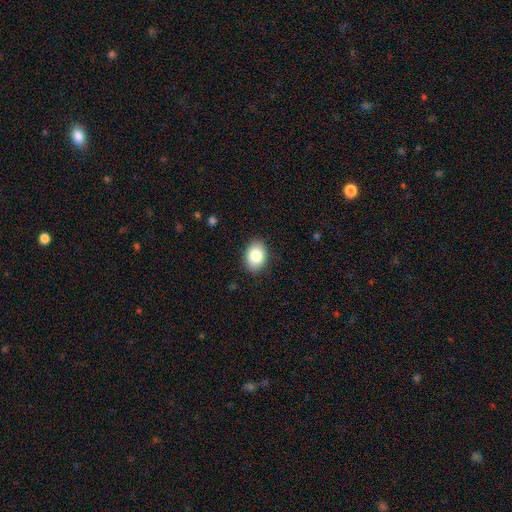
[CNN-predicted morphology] The model was most divided on "how rounded": in between: 73%, round: 26%, cigar-shaped: 1%. More confident: merging — none (88%); smooth or featured — smooth (86%).